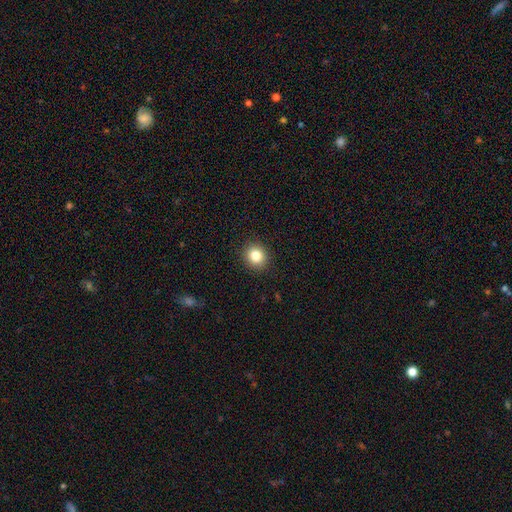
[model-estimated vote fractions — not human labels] smooth-or-featured: smooth: 83% | star or artifact: 11% | featured or disk: 6%
  how-rounded: round: 84% | in between: 15% | cigar-shaped: 1%
  merging: none: 91% | minor disturbance: 6% | major disturbance: 2% | merger: 1%